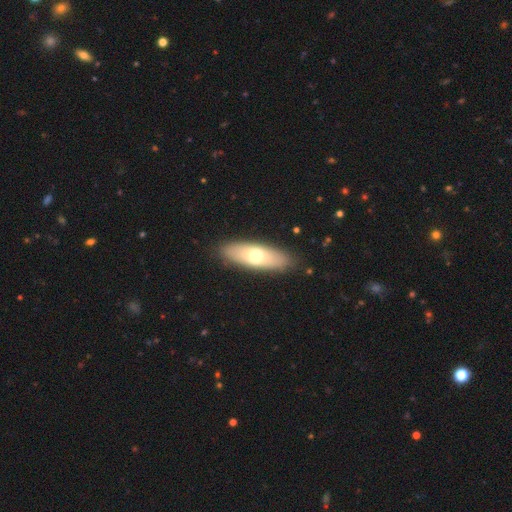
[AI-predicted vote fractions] Smooth or featured?
  - smooth: 64% *
  - featured or disk: 30%
  - star or artifact: 6%
How rounded?
  - in between: 61% *
  - cigar-shaped: 36%
  - round: 3%
Merging?
  - none: 87% *
  - minor disturbance: 9%
  - major disturbance: 3%
  - merger: 1%